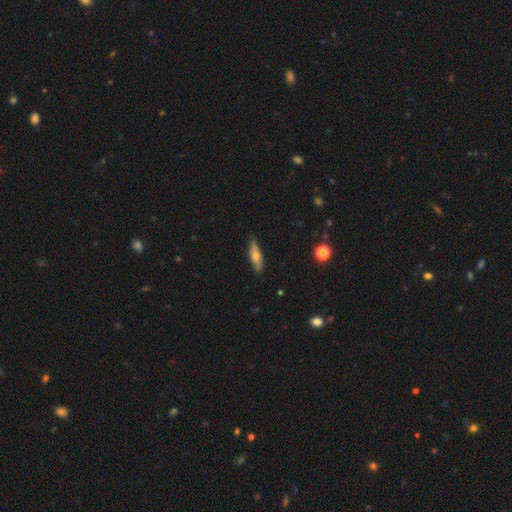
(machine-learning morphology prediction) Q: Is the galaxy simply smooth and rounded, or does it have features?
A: smooth — 56%.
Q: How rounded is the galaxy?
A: cigar-shaped — 58%.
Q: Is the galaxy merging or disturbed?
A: none — 85%.